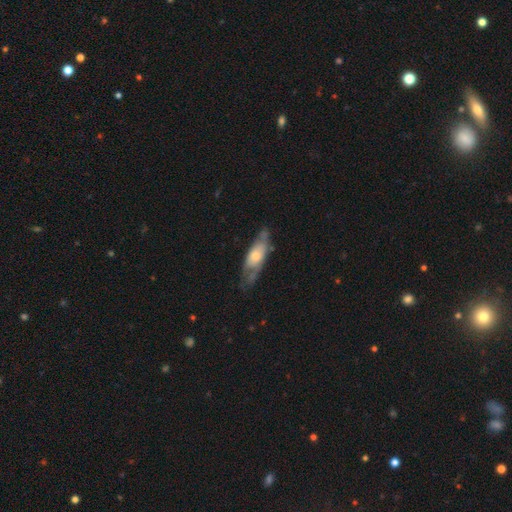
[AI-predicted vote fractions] The model was most divided on "smooth or featured": featured or disk: 48%, smooth: 47%, star or artifact: 6%. More confident: merging — none (53%).